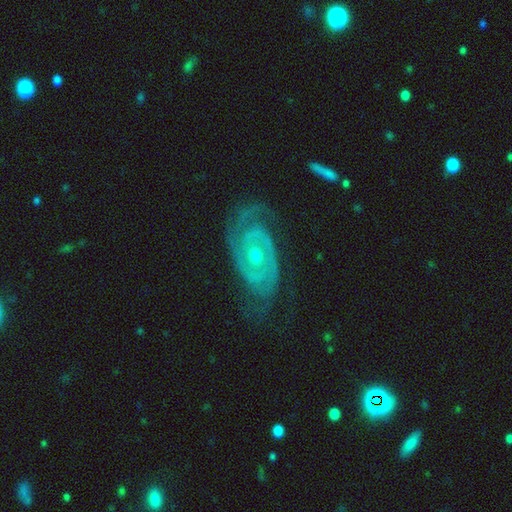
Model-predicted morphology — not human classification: The model was most divided on "bulge size": moderate: 57%, small: 40%, large: 2%, none: 1%, dominant: 1%. More confident: spiral arms — yes (97%); edge-on disk — no (96%); smooth or featured — featured or disk (91%); spiral arm count — 2 (75%); bar — no (73%); merging — none (73%); spiral winding — tight (66%).